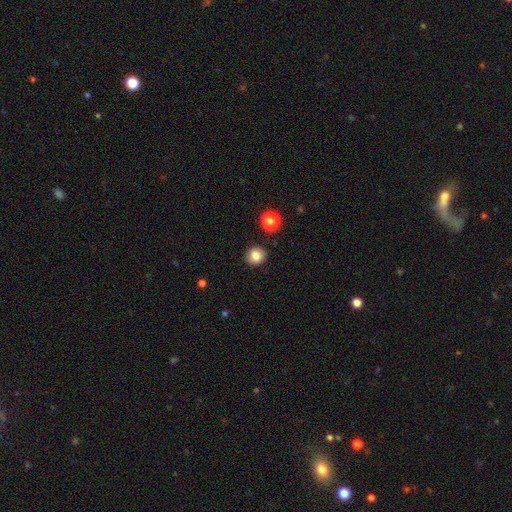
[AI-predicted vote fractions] A smooth galaxy with no disk features (83%) that is round (86%). Merging: none (89%).